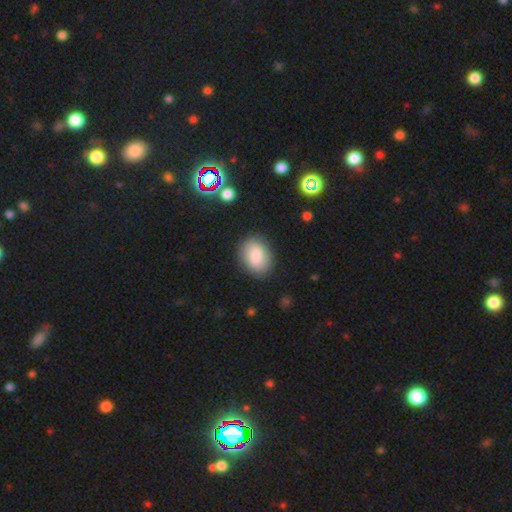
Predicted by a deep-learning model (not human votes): Overall: smooth (81%). How rounded: in between (69%; round 30%). Merging: none (84%).